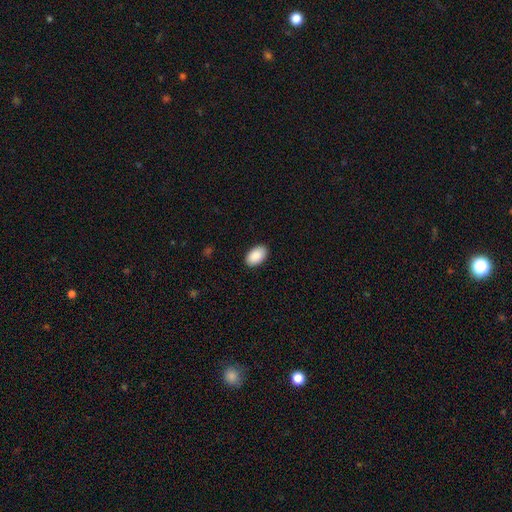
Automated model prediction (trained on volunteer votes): smooth 91%, star or artifact 6%, featured or disk 3%. Down the decision tree: how rounded — in between (94%); merging — none (89%).